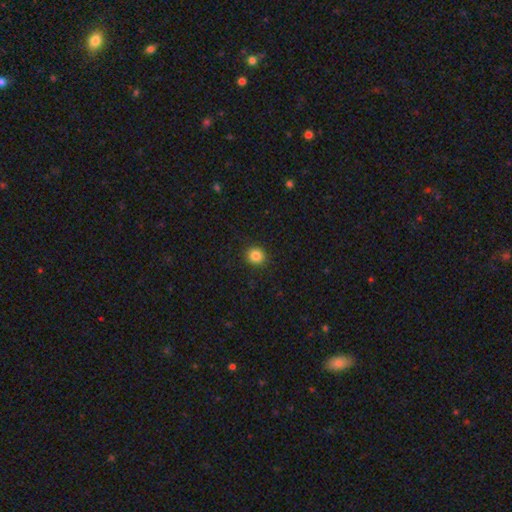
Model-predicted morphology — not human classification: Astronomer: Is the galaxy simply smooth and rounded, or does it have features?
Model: smooth — 85%.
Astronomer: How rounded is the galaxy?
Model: round — 89%.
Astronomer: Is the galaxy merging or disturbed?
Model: none — 91%.